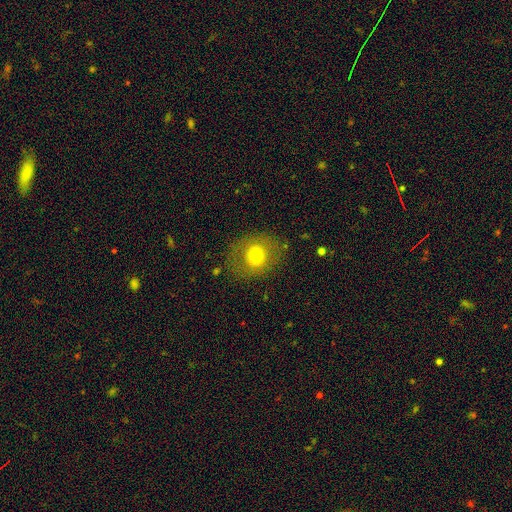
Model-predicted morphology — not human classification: Smooth or featured? Predicted: smooth (p=0.66). How rounded? Predicted: round (p=0.74). Merging? Predicted: none (p=0.79).